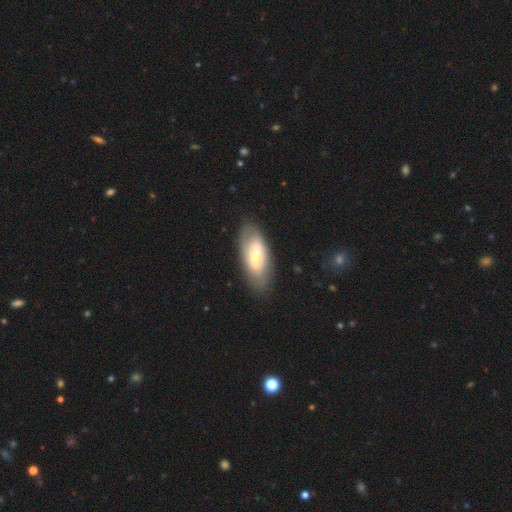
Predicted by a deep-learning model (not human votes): Smooth or featured: smooth — 47% (featured or disk — 46%)
Merging: none — 80% (minor disturbance — 14%)